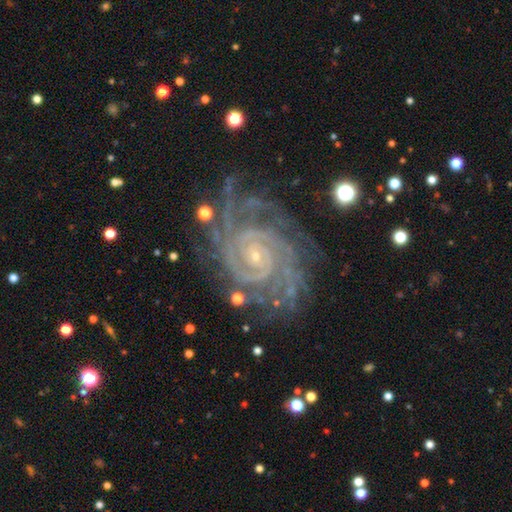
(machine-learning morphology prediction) featured or disk 92%, star or artifact 6%, smooth 2%. Down the decision tree: edge-on disk — no (98%); bar — no (65%); spiral arms — yes (99%); spiral arm count — 2 (35%); spiral winding — tight (79%); bulge size — small (84%); merging — none (71%).